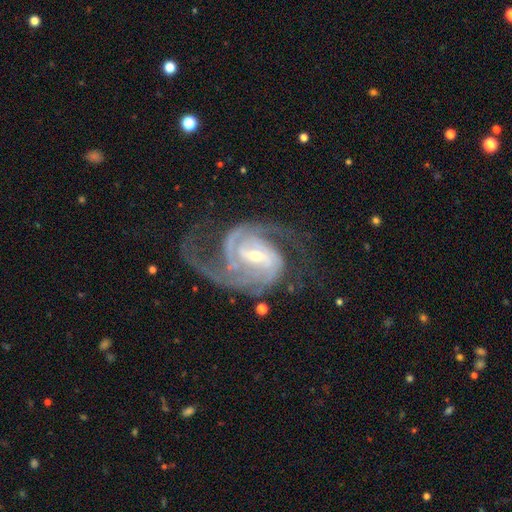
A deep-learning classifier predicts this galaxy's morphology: Q: Smooth or featured?
A: featured or disk (92%); runner-up: star or artifact (4%)
Q: Edge-on disk?
A: no (98%); runner-up: yes (2%)
Q: Bar?
A: weak (46%); runner-up: strong (36%)
Q: Spiral arms?
A: yes (98%); runner-up: no (2%)
Q: Spiral winding?
A: medium (52%); runner-up: tight (34%)
Q: Spiral arm count?
A: 2 (70%); runner-up: 3 (14%)
Q: Bulge size?
A: small (59%); runner-up: moderate (37%)
Q: Merging?
A: none (62%); runner-up: major disturbance (20%)